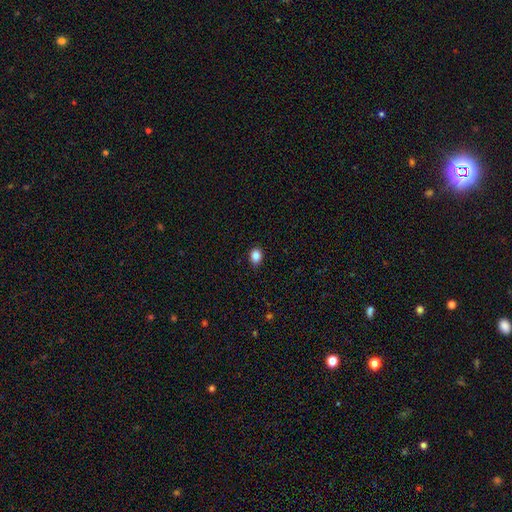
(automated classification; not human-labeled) Smooth or featured? Predicted: smooth (p=0.86). How rounded? Predicted: in between (p=0.57). Merging? Predicted: none (p=0.86).